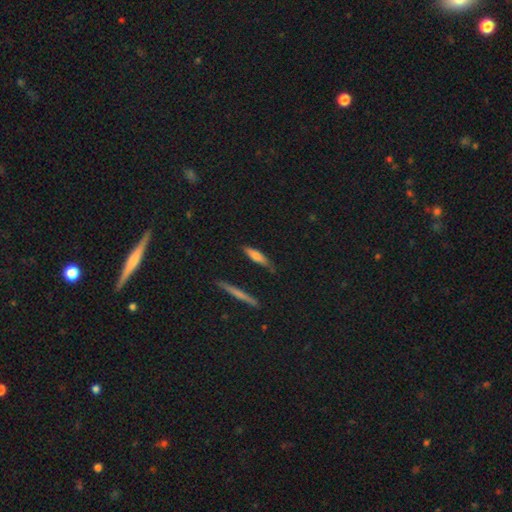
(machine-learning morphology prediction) Q: Smooth or featured?
A: smooth (69%); runner-up: featured or disk (23%)
Q: How rounded?
A: cigar-shaped (73%); runner-up: in between (25%)
Q: Merging?
A: none (74%); runner-up: minor disturbance (19%)